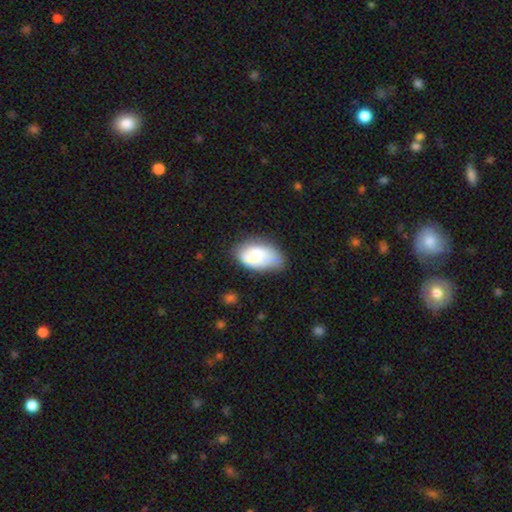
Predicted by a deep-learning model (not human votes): Q: Smooth or featured?
A: smooth (72%); runner-up: featured or disk (21%)
Q: How rounded?
A: in between (92%); runner-up: round (6%)
Q: Merging?
A: none (48%); runner-up: minor disturbance (36%)